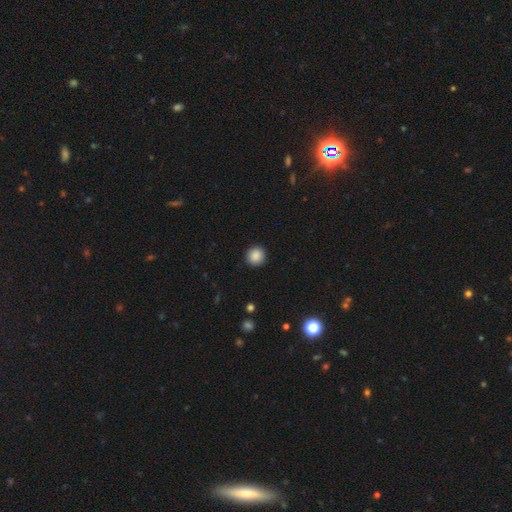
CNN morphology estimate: A smooth galaxy with no disk features (88%) that is round (94%). Merging: none (92%).